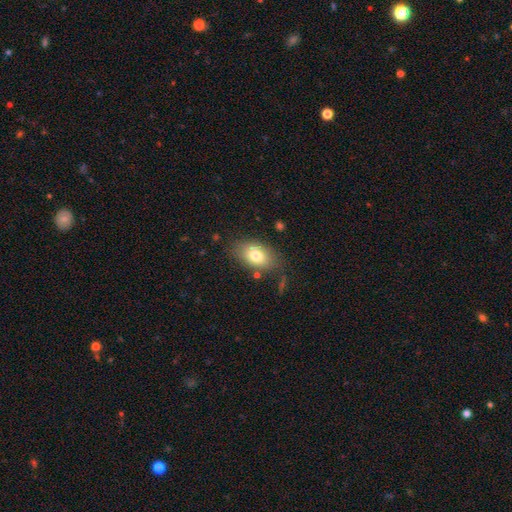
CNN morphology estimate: A smooth galaxy with no disk features (76%) that is in between round and cigar-shaped (86%).

Vote fractions:
- Smooth or featured? smooth: 76% / featured or disk: 15% / star or artifact: 8%
- How rounded? in between: 86% / round: 12% / cigar-shaped: 2%
- Merging? none: 75% / minor disturbance: 16% / major disturbance: 5% / merger: 4%